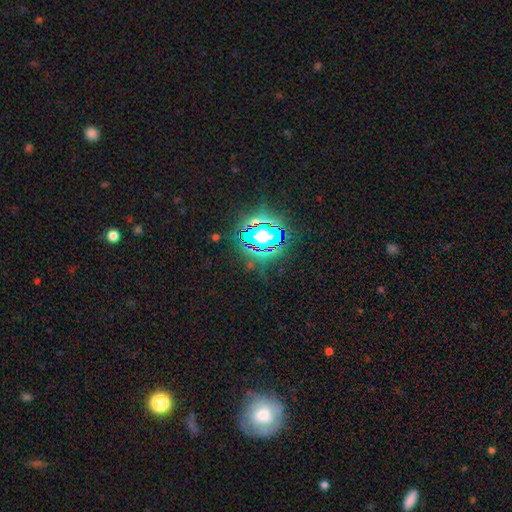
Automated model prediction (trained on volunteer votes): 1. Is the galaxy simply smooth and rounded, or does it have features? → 80% star or artifact, 11% smooth, 9% featured or disk.